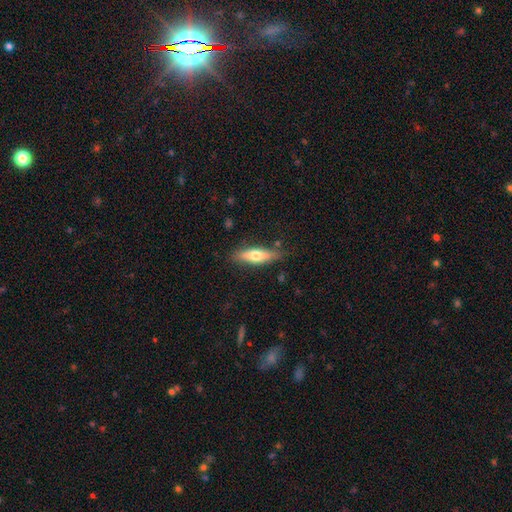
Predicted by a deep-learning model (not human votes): Morphology: type=smooth (57%); roundness=cigar-shaped (54%); merging=none (80%).